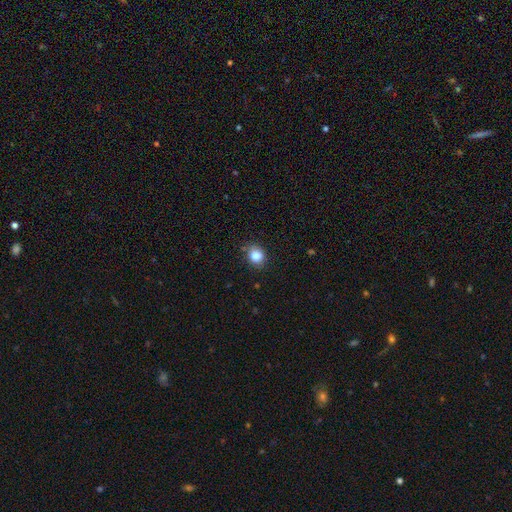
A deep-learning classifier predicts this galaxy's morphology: Overall: smooth (85%). How rounded: round (68%; in between 31%). Merging: none (81%).